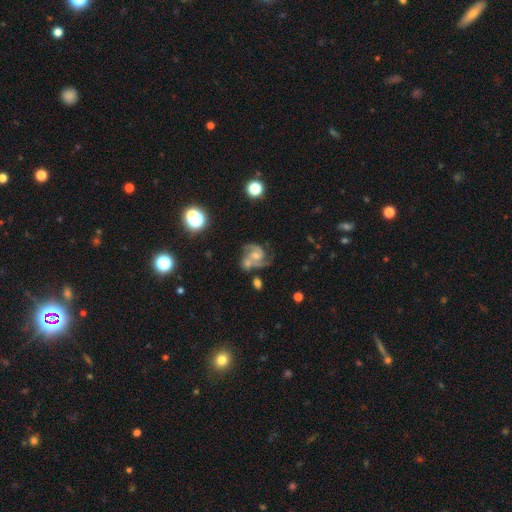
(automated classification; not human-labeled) A featured or disk galaxy (84%) with no bar (50%), 2 (83%) medium (59%) spiral arms (97%) and a moderate central bulge (47%). Merging: none (45%).